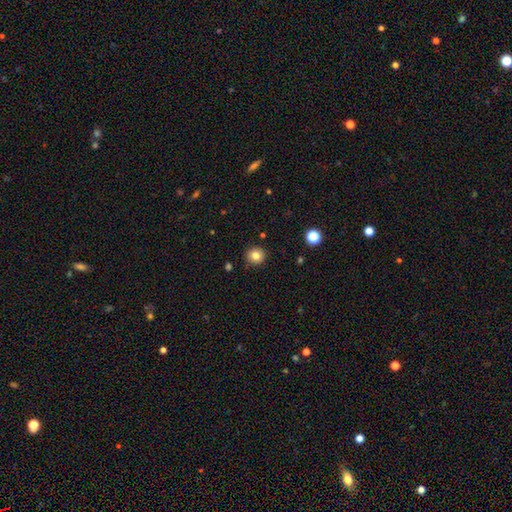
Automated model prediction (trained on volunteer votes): The model was most divided on "smooth or featured": smooth: 81%, star or artifact: 11%, featured or disk: 8%. More confident: how rounded — round (92%); merging — none (90%).